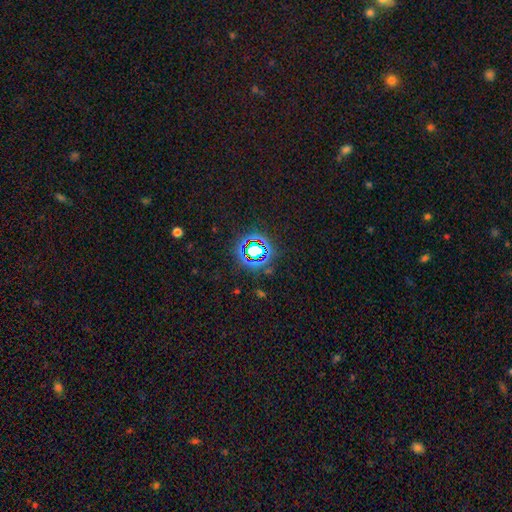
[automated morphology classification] A star or artifact, not a galaxy (70%).